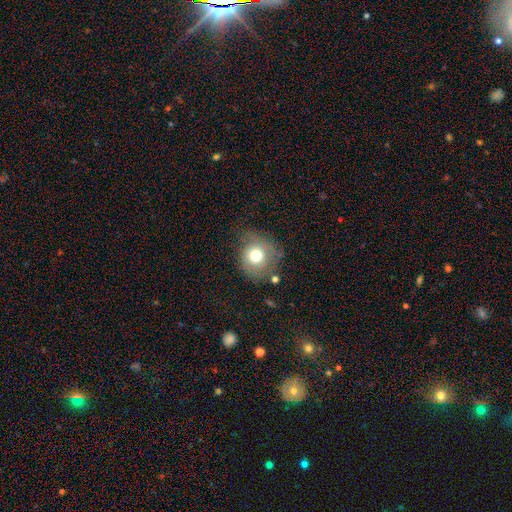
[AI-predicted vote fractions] smooth 71%, featured or disk 18%, star or artifact 11%. Down the decision tree: how rounded — round (85%); merging — none (60%).